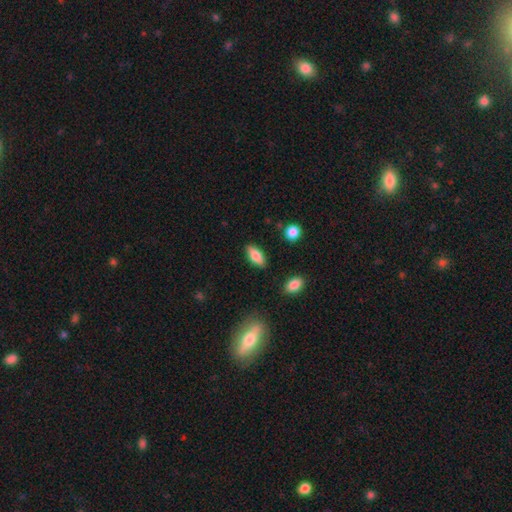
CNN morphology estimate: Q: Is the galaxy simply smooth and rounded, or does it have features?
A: smooth — 80%.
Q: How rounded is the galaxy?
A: in between — 80%.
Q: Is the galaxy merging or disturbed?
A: none — 86%.